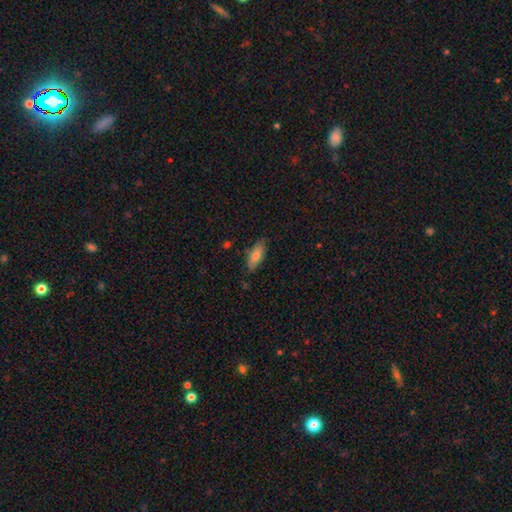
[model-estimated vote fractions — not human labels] smooth 76%, featured or disk 18%, star or artifact 7%. Down the decision tree: how rounded — in between (77%); merging — none (78%).